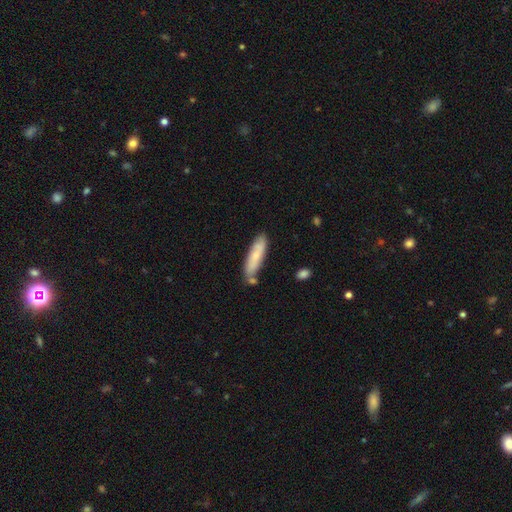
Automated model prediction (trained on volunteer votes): smooth_or_featured: smooth (p=0.68) [alt: featured or disk p=0.26]
how_rounded: cigar-shaped (p=0.71) [alt: in between p=0.28]
merging: none (p=0.72) [alt: minor disturbance p=0.16]